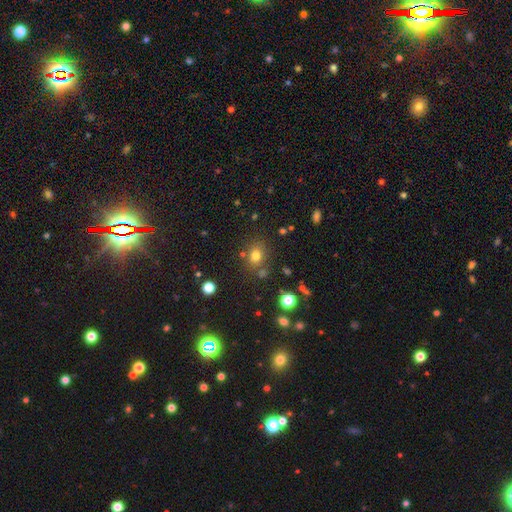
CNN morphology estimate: This appears to be a smooth galaxy with no disk features (74%) that is round (61%). Merging: none (74%).